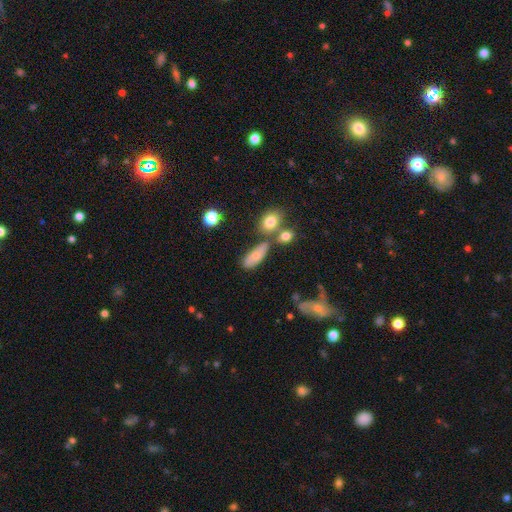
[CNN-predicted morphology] smooth-or-featured: smooth: 68% | featured or disk: 23% | star or artifact: 10%
  how-rounded: in between: 77% | cigar-shaped: 18% | round: 5%
  merging: none: 55% | merger: 20% | minor disturbance: 18% | major disturbance: 7%